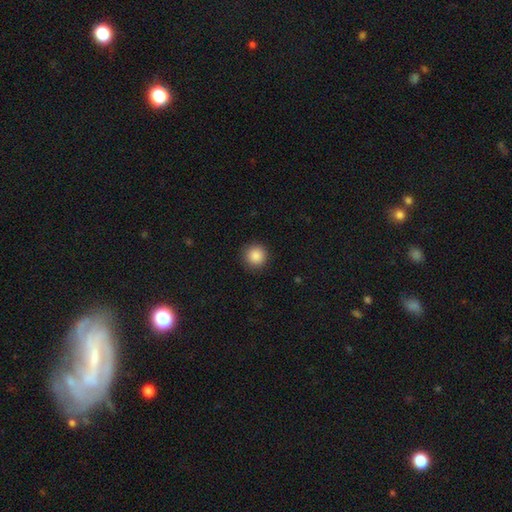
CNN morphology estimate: The model was most divided on "smooth or featured": smooth: 88%, star or artifact: 9%, featured or disk: 3%. More confident: how rounded — round (95%); merging — none (91%).